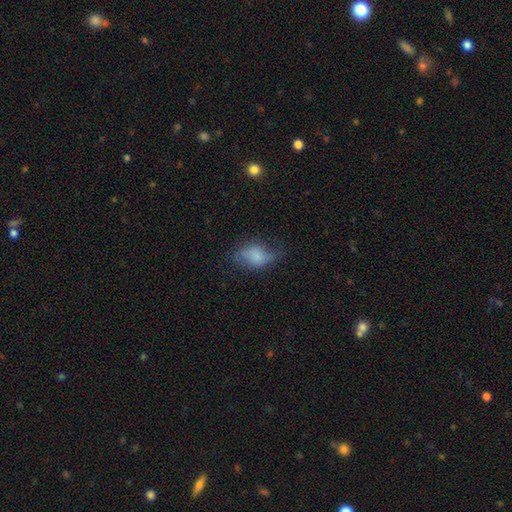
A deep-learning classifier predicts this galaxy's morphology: This is likely a smooth galaxy (70%). How rounded: clearly in between (83%). Merging: possibly none (51%).